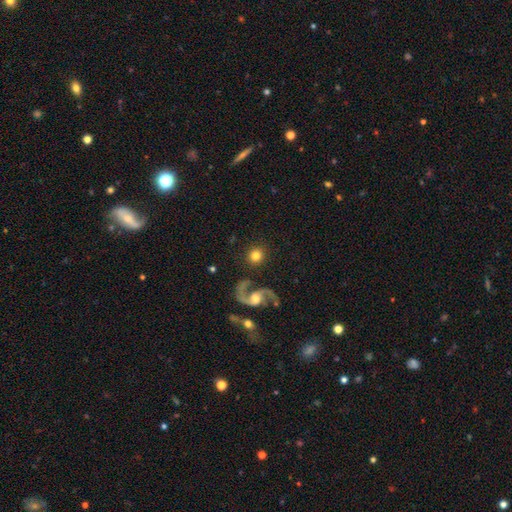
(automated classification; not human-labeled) Smooth or featured? smooth (71%)
How rounded? round (90%)
Merging? none (86%)